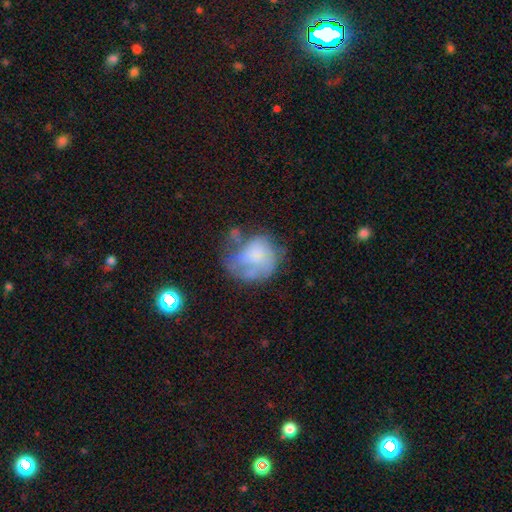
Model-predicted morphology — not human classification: Overall: smooth (49%; featured or disk 41%). Merging: none (35%; major disturbance 31%).